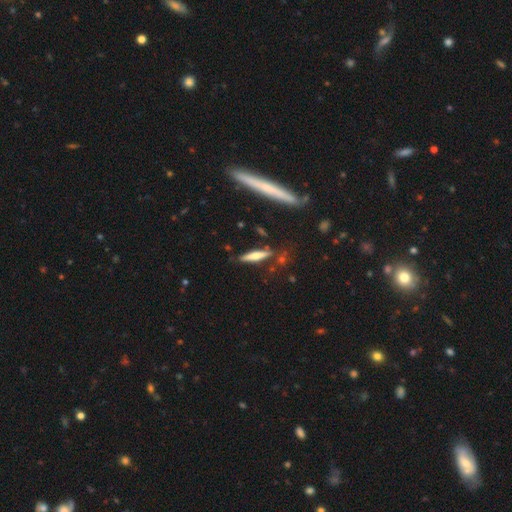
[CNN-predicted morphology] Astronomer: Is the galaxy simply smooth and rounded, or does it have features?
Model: smooth — 52% (runner-up: featured or disk, 41%).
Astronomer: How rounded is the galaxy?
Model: cigar-shaped — 83%.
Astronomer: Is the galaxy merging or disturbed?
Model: none — 78%.